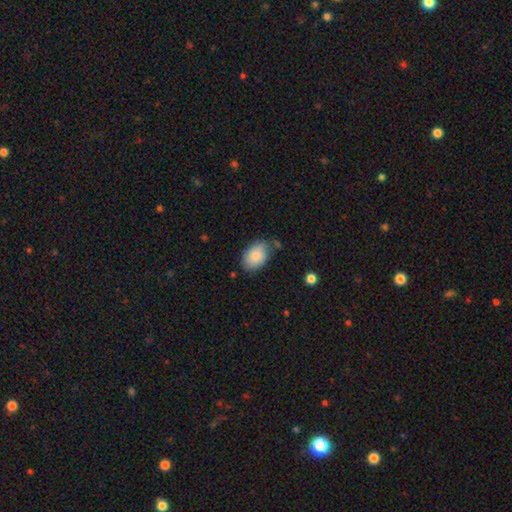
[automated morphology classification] Smooth or featured: smooth — 85% (featured or disk — 9%)
How rounded: in between — 87% (round — 12%)
Merging: none — 71% (minor disturbance — 20%)